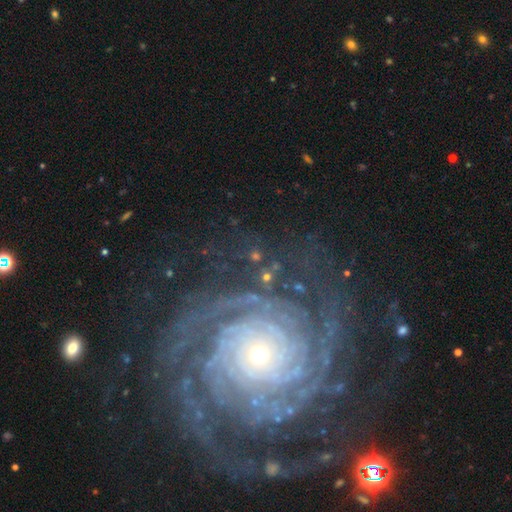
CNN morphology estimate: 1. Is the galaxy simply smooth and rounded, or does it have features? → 89% featured or disk, 7% star or artifact, 4% smooth.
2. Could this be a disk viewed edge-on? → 97% no, 3% yes.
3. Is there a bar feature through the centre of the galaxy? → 74% no, 15% weak, 11% strong.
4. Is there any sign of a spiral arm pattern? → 98% yes, 2% no.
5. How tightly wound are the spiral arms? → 82% tight, 15% medium, 3% loose.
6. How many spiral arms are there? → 23% more than 4 (tied), 23% can't tell (tied), 17% 4, 15% 3, 14% 2, 9% 1.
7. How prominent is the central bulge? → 67% small, 29% moderate, 2% large, 1% dominant, 1% none.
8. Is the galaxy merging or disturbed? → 74% none, 14% minor disturbance, 10% major disturbance, 2% merger.